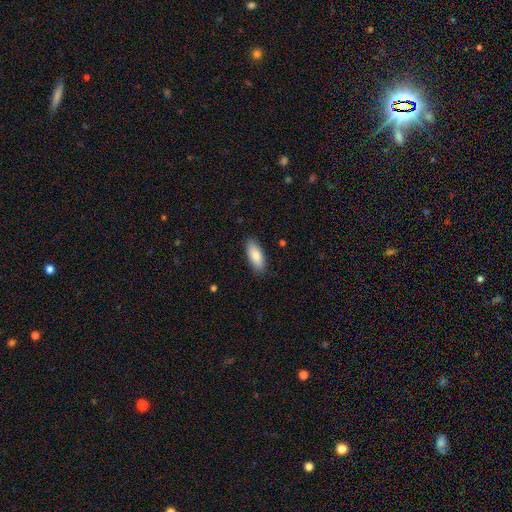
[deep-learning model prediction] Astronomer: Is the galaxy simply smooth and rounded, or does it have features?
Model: smooth — 84%.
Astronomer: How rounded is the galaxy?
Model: in between — 80%.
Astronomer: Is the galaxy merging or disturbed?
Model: none — 87%.